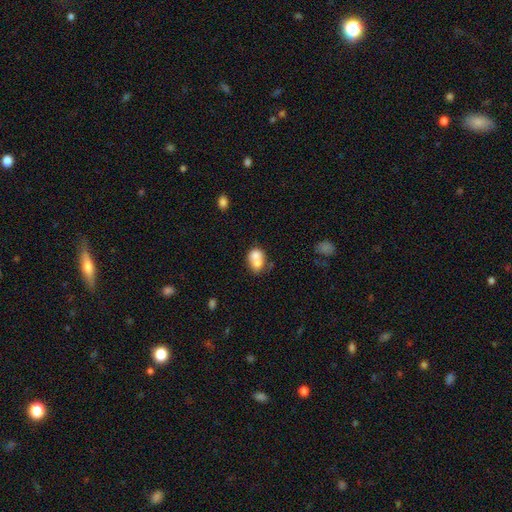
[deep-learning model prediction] The model was most divided on "how rounded": round: 50%, in between: 49%, cigar-shaped: 1%. More confident: smooth or featured — smooth (70%); merging — merger (66%).